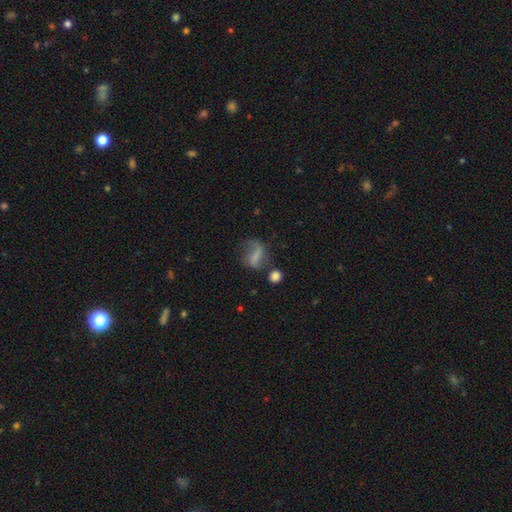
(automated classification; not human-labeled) The model was most divided on "smooth or featured": featured or disk: 44%, smooth: 43%, star or artifact: 13%. Remaining: merging — none (43%).